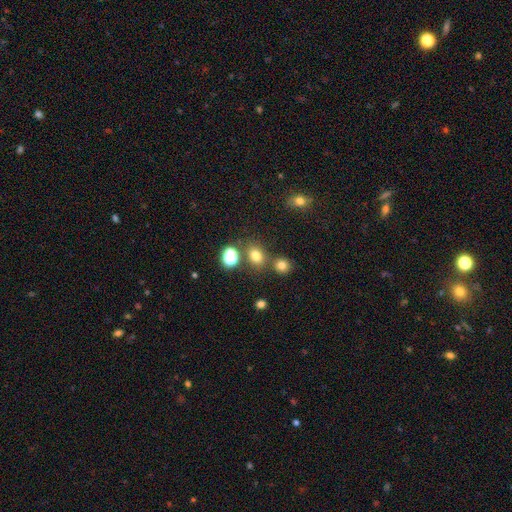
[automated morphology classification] Smooth or featured? smooth (73%)
How rounded? in between (50%)
Merging? none (70%)